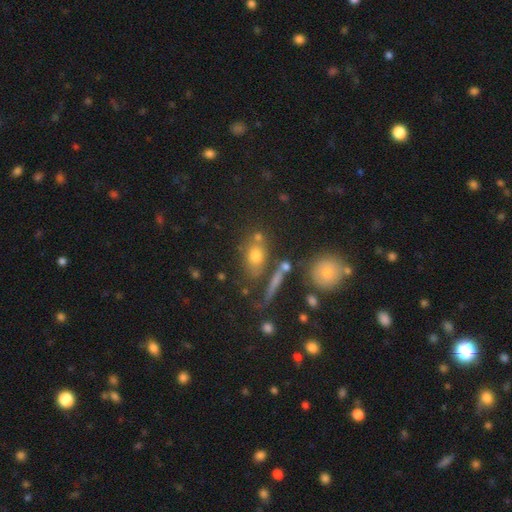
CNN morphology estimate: Smooth or featured?
  - smooth: 68% *
  - star or artifact: 16%
  - featured or disk: 16%
How rounded?
  - in between: 56% *
  - round: 35%
  - cigar-shaped: 8%
Merging?
  - none: 64% *
  - merger: 15%
  - minor disturbance: 14%
  - major disturbance: 7%